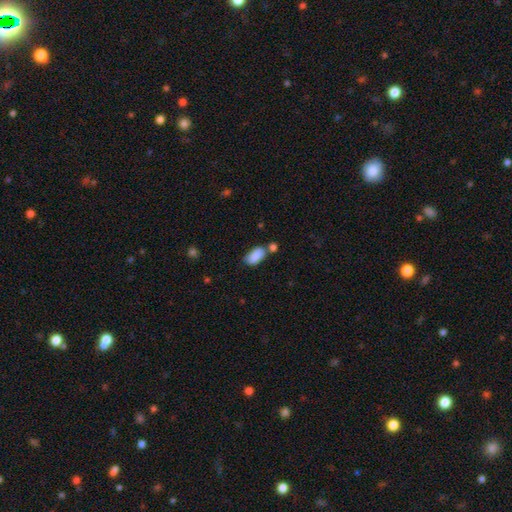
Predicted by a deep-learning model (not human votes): This appears to be a smooth galaxy with no disk features (86%) that is in between round and cigar-shaped (93%). Merging: none (54%).